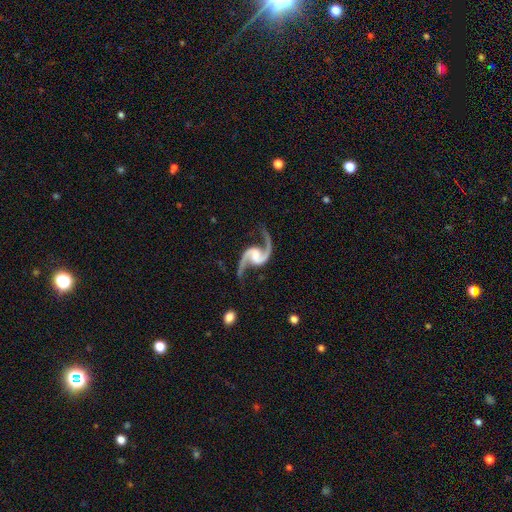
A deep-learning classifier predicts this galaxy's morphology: This is clearly a featured or disk galaxy (95%). It is clearly not viewed edge-on (98%). Bar: marginally weak (42%). Spiral arm pattern: clearly yes (99%). Spiral arm count: clearly 2 (95%). Spiral winding: possibly loose (60%). Central bulge: possibly none (46%). Merging: likely none (79%).